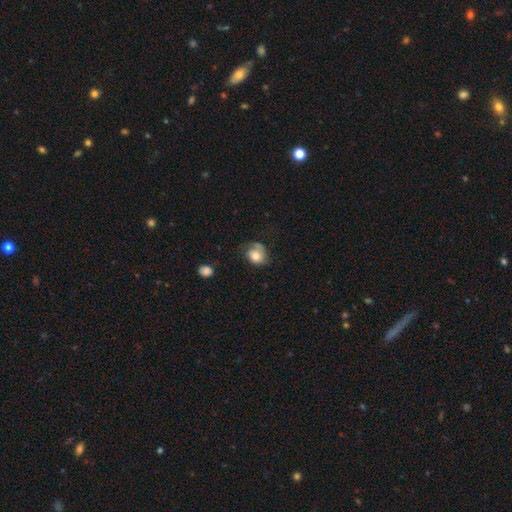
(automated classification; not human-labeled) smooth 68%, featured or disk 24%, star or artifact 9%. Down the decision tree: how rounded — round (56%); merging — none (44%).